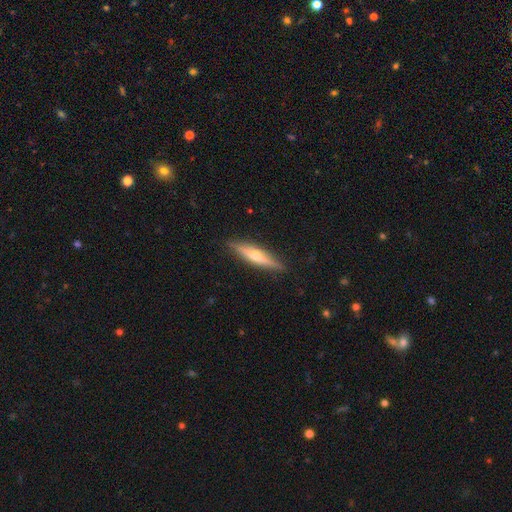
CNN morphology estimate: Q: Smooth or featured?
A: featured or disk (63%); runner-up: smooth (31%)
Q: Edge-on disk?
A: yes (95%); runner-up: no (5%)
Q: Edge-on bulge?
A: rounded (87%); runner-up: none (8%)
Q: Merging?
A: none (89%); runner-up: minor disturbance (8%)